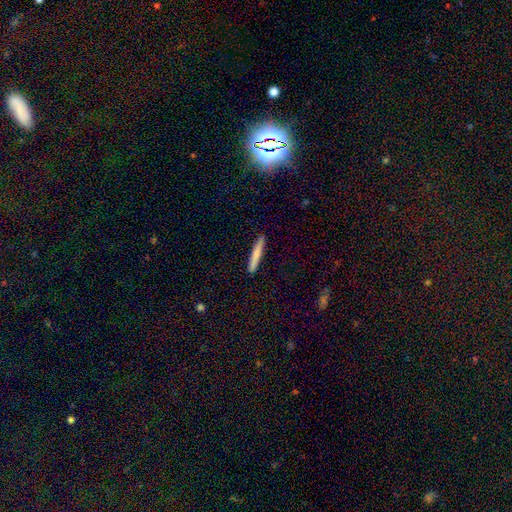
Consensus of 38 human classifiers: This is likely a smooth galaxy (66%). How rounded: clearly cigar-shaped (100%). Merging: clearly none (95%).